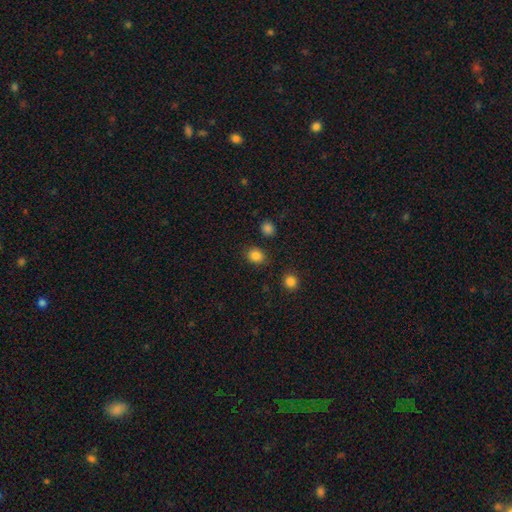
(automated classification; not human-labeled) Smooth or featured? Predicted: smooth (p=0.85). How rounded? Predicted: round (p=0.65). Merging? Predicted: none (p=0.84).